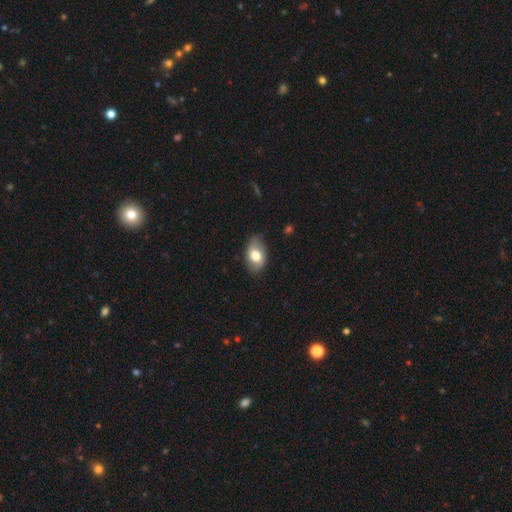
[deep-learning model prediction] smooth-or-featured: smooth: 66% | featured or disk: 27% | star or artifact: 7%
  how-rounded: in between: 88% | round: 10% | cigar-shaped: 1%
  merging: none: 77% | minor disturbance: 18% | major disturbance: 4% | merger: 1%